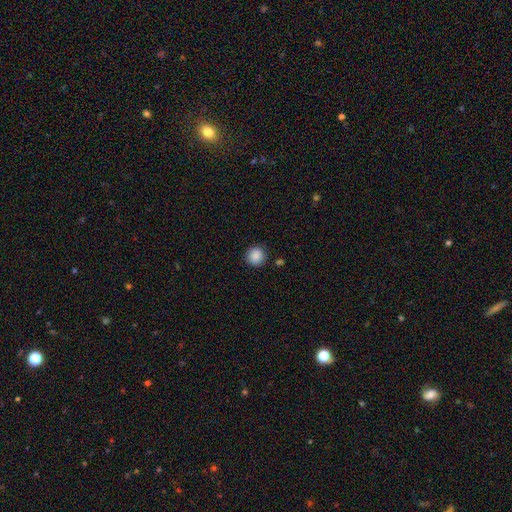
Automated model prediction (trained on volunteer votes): A smooth galaxy with no disk features (88%) that is round (93%).

Vote fractions:
- Smooth or featured? smooth: 88% / star or artifact: 9% / featured or disk: 3%
- How rounded? round: 93% / in between: 7% / cigar-shaped: 1%
- Merging? none: 88% / minor disturbance: 8% / major disturbance: 2% / merger: 2%